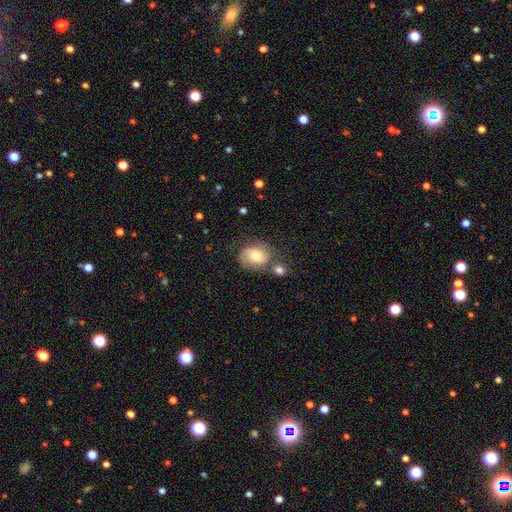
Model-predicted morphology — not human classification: Smooth or featured: smooth — 53% (featured or disk — 39%)
How rounded: in between — 55% (round — 44%)
Merging: none — 49% (minor disturbance — 22%)